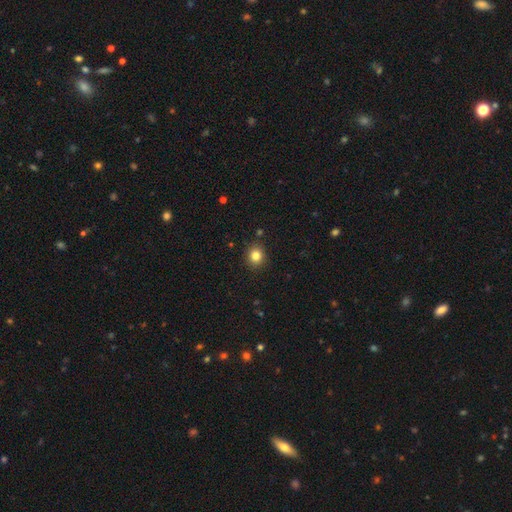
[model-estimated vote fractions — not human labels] smooth-or-featured: smooth: 83% | star or artifact: 11% | featured or disk: 5%
  how-rounded: round: 80% | in between: 19% | cigar-shaped: 1%
  merging: none: 89% | minor disturbance: 7% | major disturbance: 2% | merger: 2%